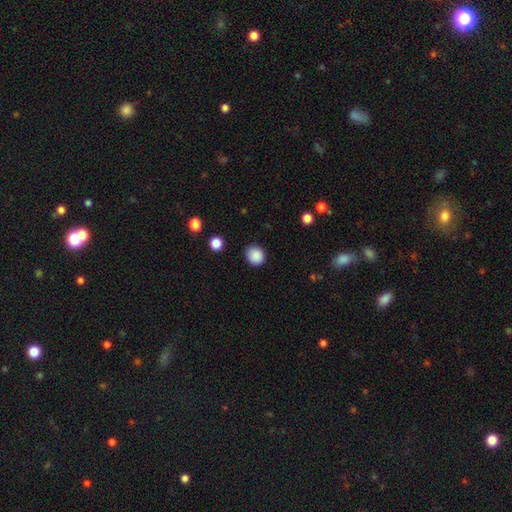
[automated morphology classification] smooth 88%, star or artifact 9%, featured or disk 3%. Down the decision tree: how rounded — round (81%); merging — none (87%).